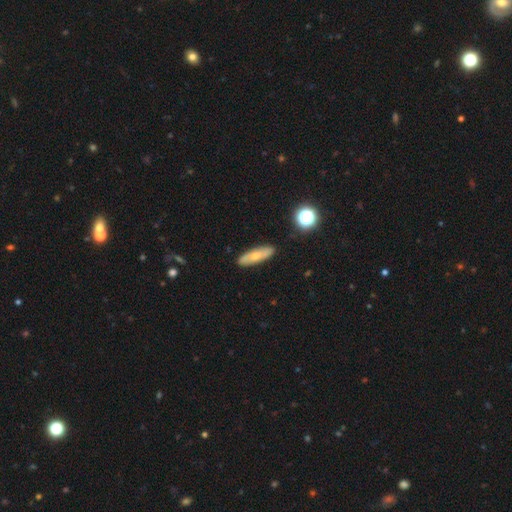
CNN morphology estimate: This appears to be a smooth galaxy with no disk features (56%) that is cigar-shaped (58%). Merging: none (88%).